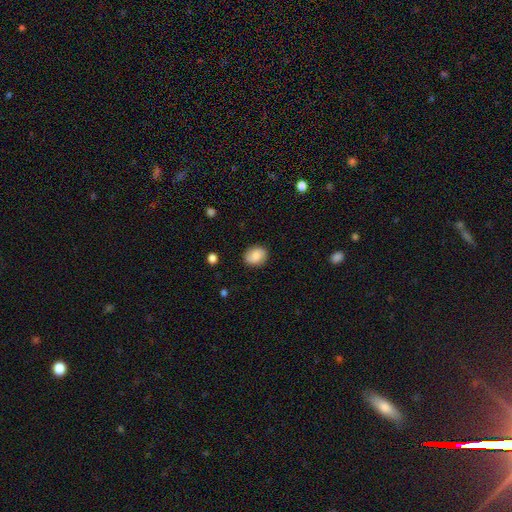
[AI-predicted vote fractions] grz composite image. It shows a smooth galaxy with no disk features (79%) that is round (53%). Merging: none (85%).